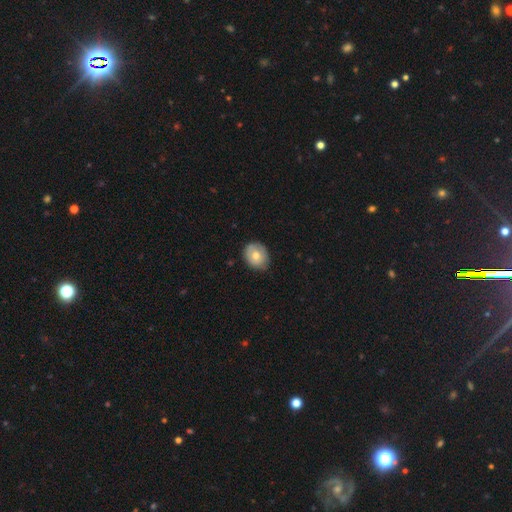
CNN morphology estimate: Smooth or featured? Predicted: smooth (p=0.71). How rounded? Predicted: round (p=0.60). Merging? Predicted: none (p=0.77).